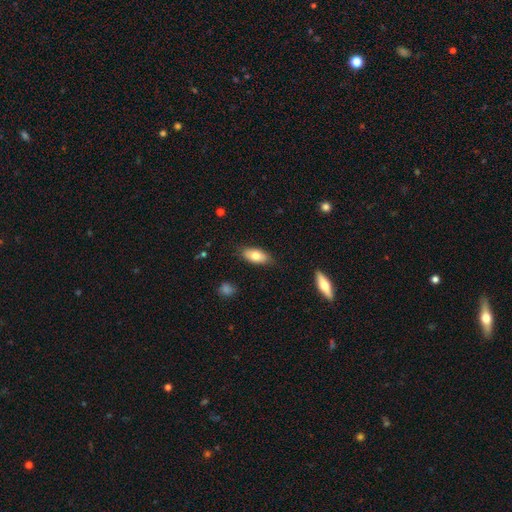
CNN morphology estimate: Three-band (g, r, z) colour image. It shows a smooth galaxy with no disk features (76%) that is in between round and cigar-shaped (88%). Merging: none (83%).